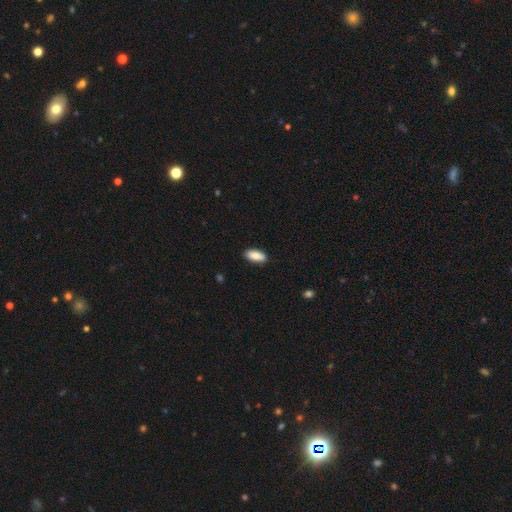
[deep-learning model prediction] Morphology: type=smooth (85%); roundness=in between (87%); merging=none (87%).